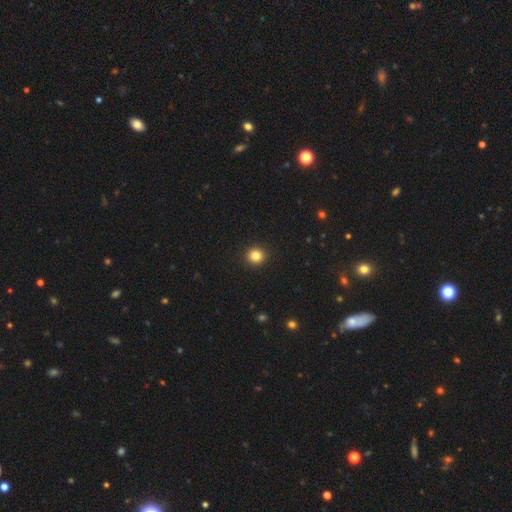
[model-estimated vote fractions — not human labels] This appears to be a smooth galaxy with no disk features (83%) that is round (90%). Merging: none (93%).